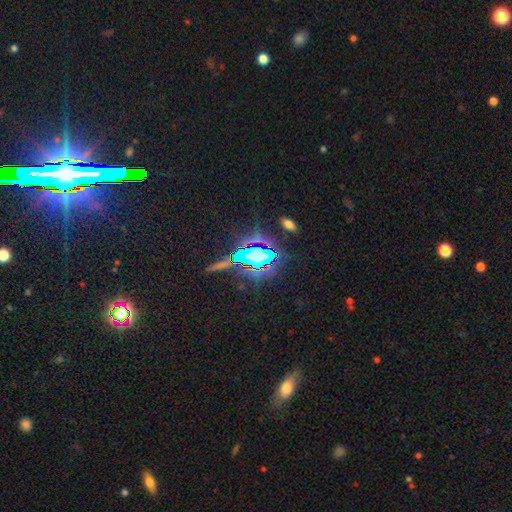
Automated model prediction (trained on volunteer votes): This is possibly a star or artifact rather than a galaxy (52%).